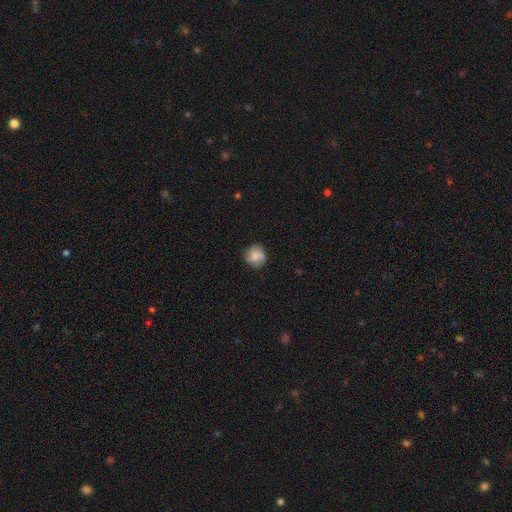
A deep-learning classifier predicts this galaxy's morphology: type=smooth (77%); roundness=round (89%); merging=none (78%).